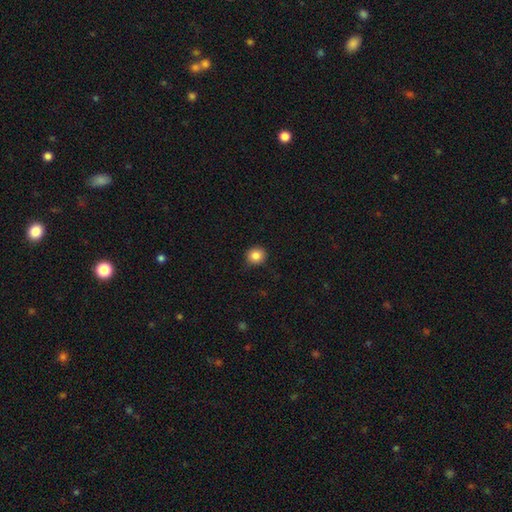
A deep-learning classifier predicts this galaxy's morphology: smooth_or_featured: smooth (p=0.86) [alt: star or artifact p=0.10]
how_rounded: round (p=0.88) [alt: in between p=0.12]
merging: none (p=0.86) [alt: minor disturbance p=0.11]